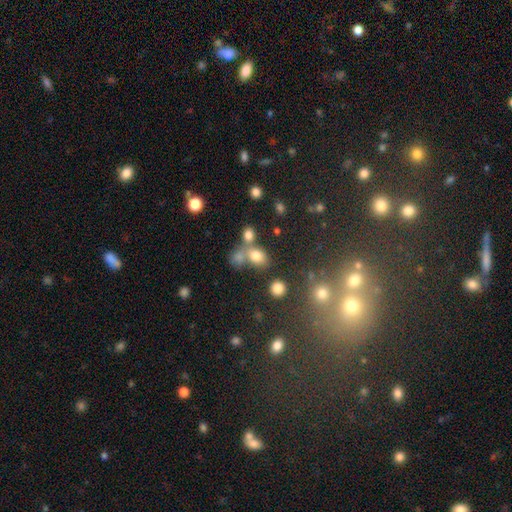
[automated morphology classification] A smooth galaxy with no disk features (74%) that is in between round and cigar-shaped (60%). Merging: none (46%).